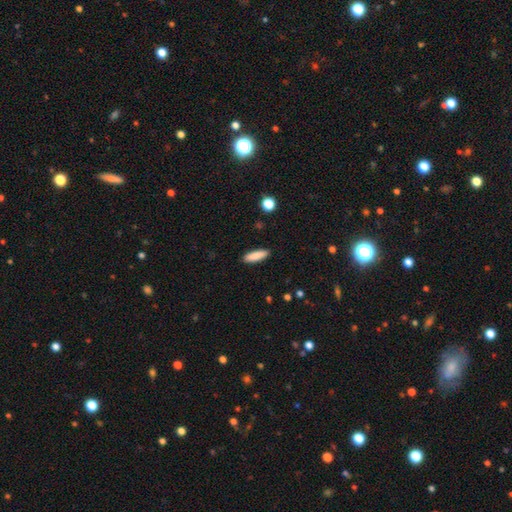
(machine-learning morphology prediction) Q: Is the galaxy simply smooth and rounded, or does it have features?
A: smooth — 87%.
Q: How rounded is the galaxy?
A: cigar-shaped — 58%.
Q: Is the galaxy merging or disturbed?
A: none — 90%.